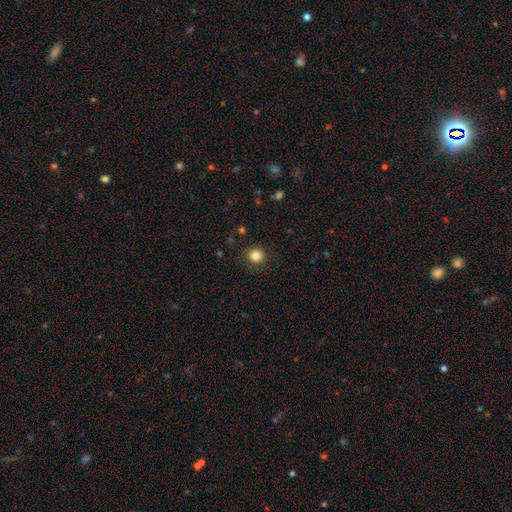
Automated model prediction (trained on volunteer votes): Overall: smooth (84%). How rounded: round (92%). Merging: none (90%).